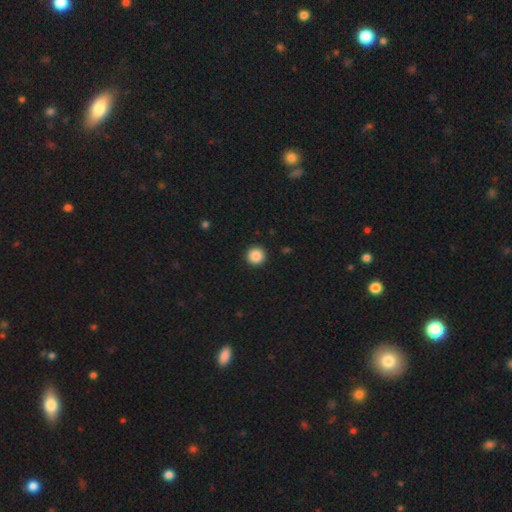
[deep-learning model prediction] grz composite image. It shows a smooth galaxy with no disk features (88%) that is round (96%). Merging: none (94%).